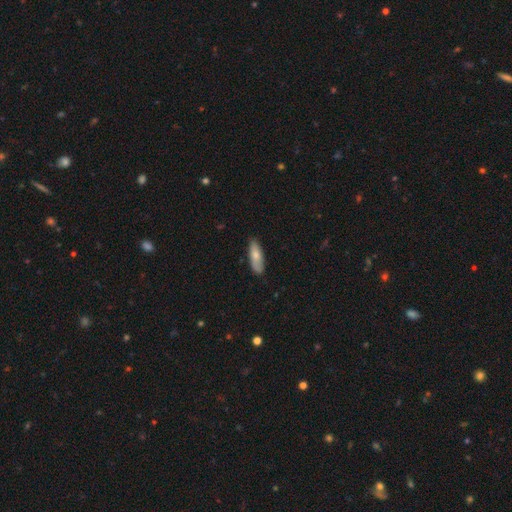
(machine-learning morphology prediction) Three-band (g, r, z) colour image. It shows a smooth galaxy with no disk features (75%) that is in between round and cigar-shaped (58%). Merging: none (80%).